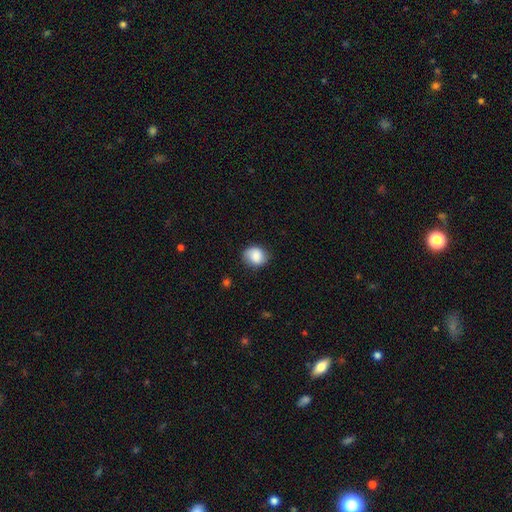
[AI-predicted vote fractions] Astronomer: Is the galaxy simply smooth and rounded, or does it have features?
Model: smooth — 80%.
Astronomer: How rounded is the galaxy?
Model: round — 65%.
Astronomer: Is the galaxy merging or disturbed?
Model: none — 75%.